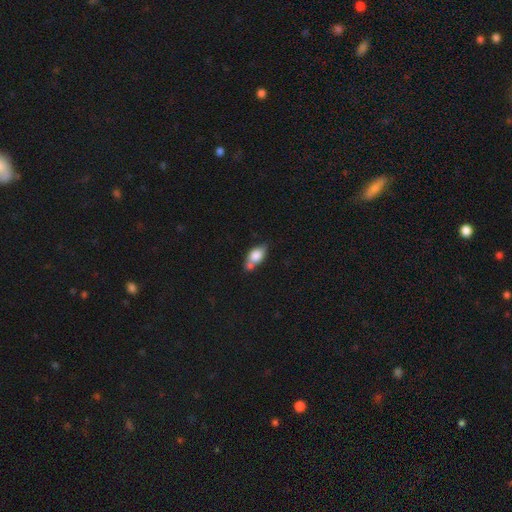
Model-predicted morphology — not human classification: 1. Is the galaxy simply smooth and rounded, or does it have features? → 74% smooth, 18% featured or disk, 8% star or artifact.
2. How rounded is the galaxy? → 82% in between, 9% round, 9% cigar-shaped.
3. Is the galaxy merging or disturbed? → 42% none, 30% merger, 22% minor disturbance, 6% major disturbance.